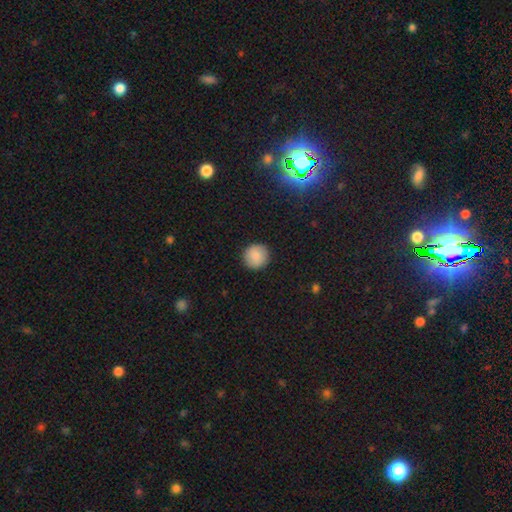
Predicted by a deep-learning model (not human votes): Q: Smooth or featured?
A: smooth (86%); runner-up: star or artifact (7%)
Q: How rounded?
A: round (94%); runner-up: in between (5%)
Q: Merging?
A: none (91%); runner-up: minor disturbance (6%)